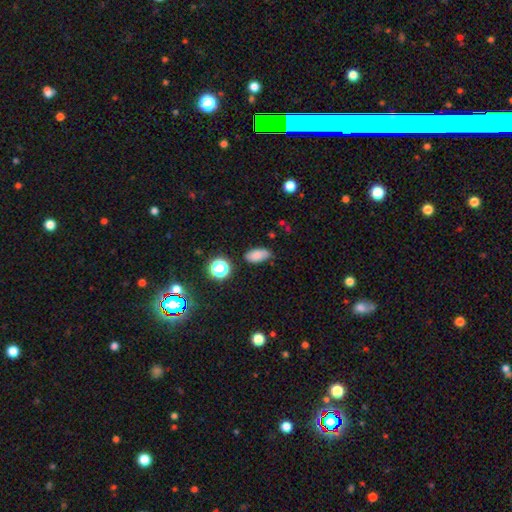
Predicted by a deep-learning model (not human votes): Smooth or featured: smooth — 81% (star or artifact — 12%)
How rounded: in between — 88% (round — 7%)
Merging: none — 78% (minor disturbance — 17%)